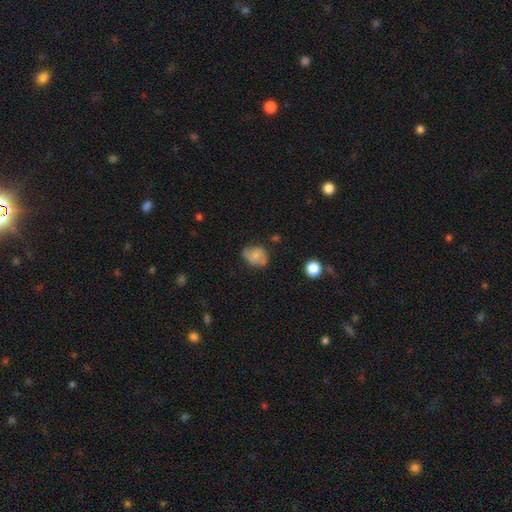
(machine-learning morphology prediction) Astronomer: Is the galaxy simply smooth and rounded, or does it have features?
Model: smooth — 54% (runner-up: featured or disk, 36%).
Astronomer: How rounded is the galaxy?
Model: in between — 51% (runner-up: round, 48%).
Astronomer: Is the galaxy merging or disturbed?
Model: none — 59%.